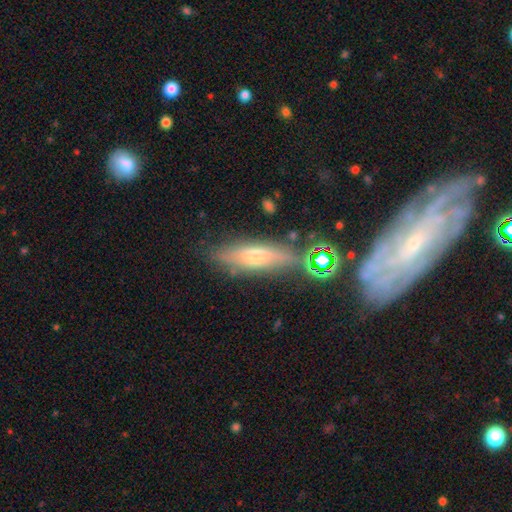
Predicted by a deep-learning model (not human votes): The model was most divided on "smooth or featured": featured or disk: 45%, smooth: 41%, star or artifact: 14%. More confident: merging — none (74%).